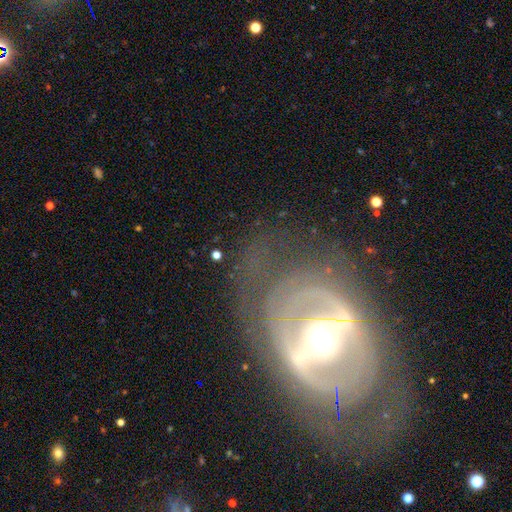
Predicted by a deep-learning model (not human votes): Morphology: type=featured or disk (80%); edge-on=no (90%); bar=strong (55%); spiral arms=yes (54%); bulge=moderate (64%); merging=none (66%).